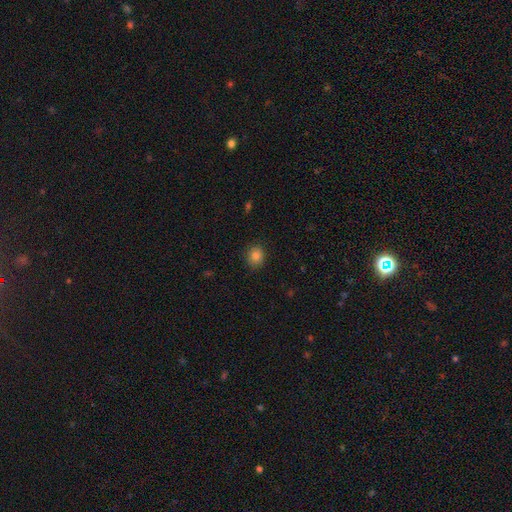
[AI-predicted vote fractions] Smooth or featured?
  - smooth: 83% *
  - star or artifact: 11%
  - featured or disk: 6%
How rounded?
  - round: 74% *
  - in between: 25%
  - cigar-shaped: 1%
Merging?
  - none: 87% *
  - minor disturbance: 9%
  - major disturbance: 2%
  - merger: 1%